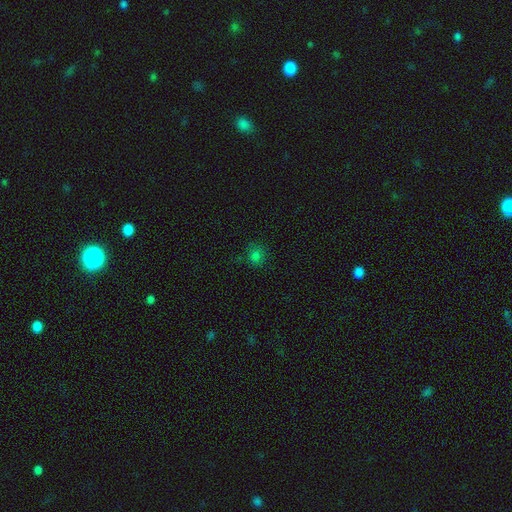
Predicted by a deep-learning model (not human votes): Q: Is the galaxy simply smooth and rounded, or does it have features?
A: smooth — 77%.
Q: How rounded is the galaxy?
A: round — 81%.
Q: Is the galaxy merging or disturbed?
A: none — 80%.